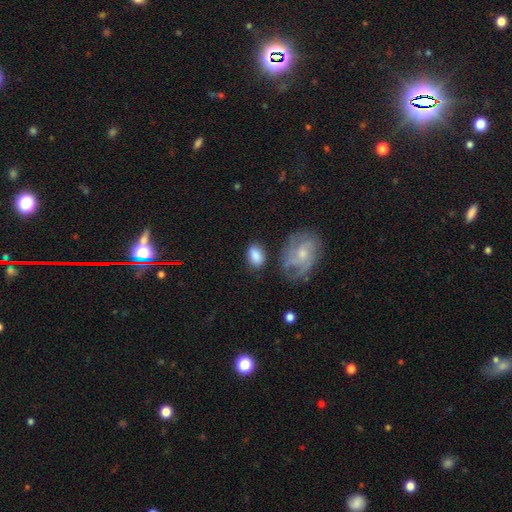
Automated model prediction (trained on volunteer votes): A smooth galaxy with no disk features (80%) that is in between round and cigar-shaped (84%). Merging: none (68%).